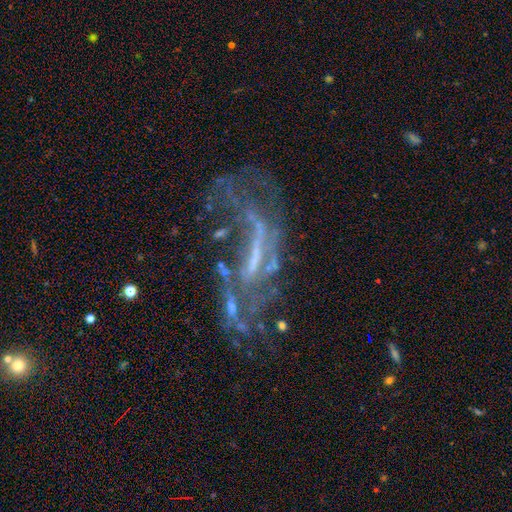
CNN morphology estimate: This is likely a featured or disk galaxy (73%). It is clearly not viewed edge-on (88%). Bar: marginally strong (43%). Spiral arm pattern: likely yes (61%). Central bulge: possibly none (54%). Merging: marginally major disturbance (41%).